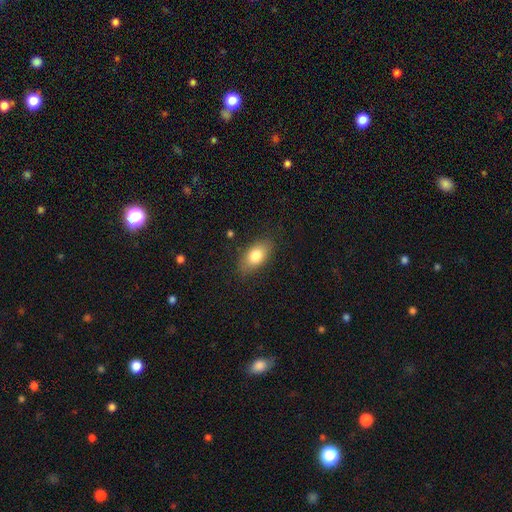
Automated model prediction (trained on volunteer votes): Overall: smooth (79%). How rounded: in between (88%). Merging: none (82%).